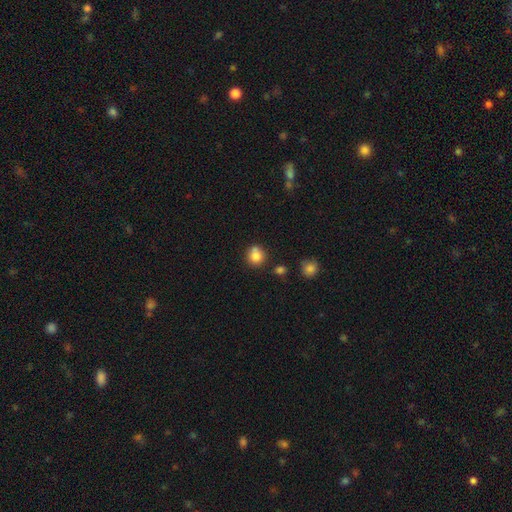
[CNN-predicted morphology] Smooth or featured?
  - smooth: 82% *
  - star or artifact: 11%
  - featured or disk: 8%
How rounded?
  - round: 84% *
  - in between: 15%
  - cigar-shaped: 1%
Merging?
  - none: 63% *
  - minor disturbance: 16%
  - merger: 16%
  - major disturbance: 4%